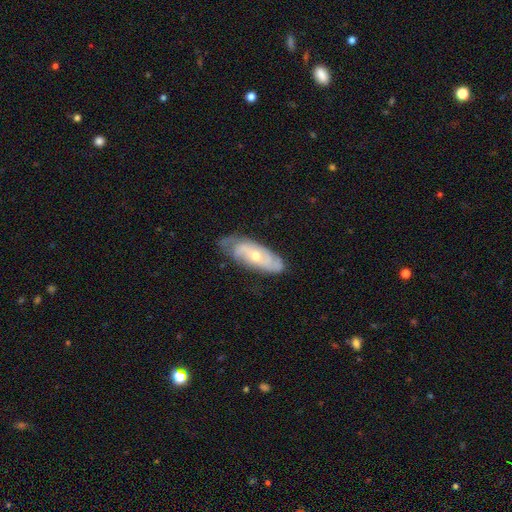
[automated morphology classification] This is likely a featured or disk galaxy (72%). It is clearly not viewed edge-on (85%). Bar: likely no (69%). Spiral arm pattern: clearly yes (87%). Spiral arm count: marginally 2 (42%). Spiral winding: possibly tight (47%). Central bulge: possibly moderate (51%). Merging: likely none (64%).